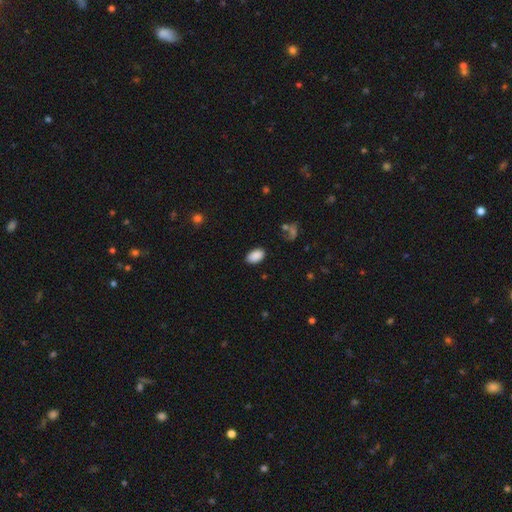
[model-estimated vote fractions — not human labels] Smooth or featured: smooth — 88% (star or artifact — 8%)
How rounded: in between — 93% (round — 5%)
Merging: none — 85% (minor disturbance — 11%)